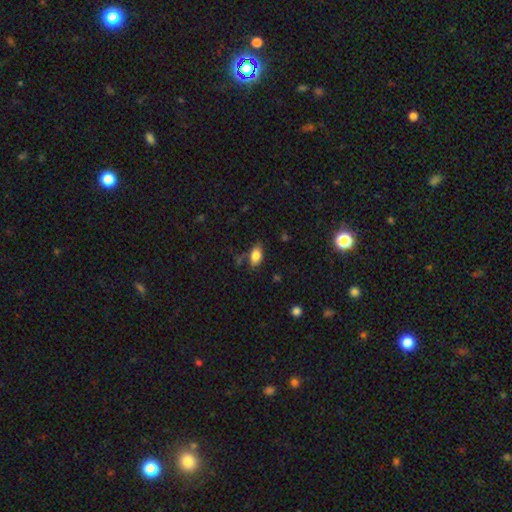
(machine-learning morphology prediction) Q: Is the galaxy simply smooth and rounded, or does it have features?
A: smooth — 82%.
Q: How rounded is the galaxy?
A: in between — 90%.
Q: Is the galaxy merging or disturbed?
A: none — 70%.